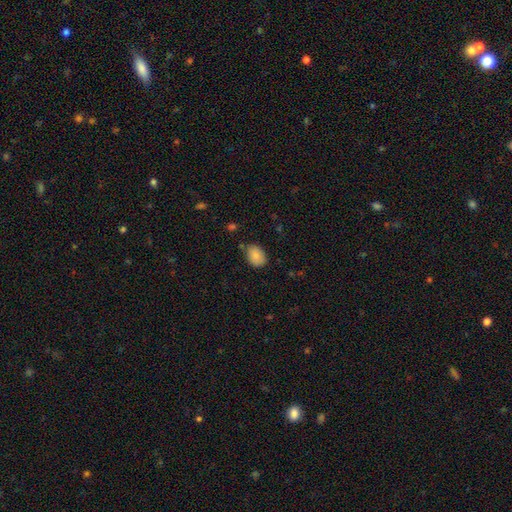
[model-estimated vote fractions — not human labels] A smooth galaxy with no disk features (85%) that is in between round and cigar-shaped (77%). Merging: none (75%).